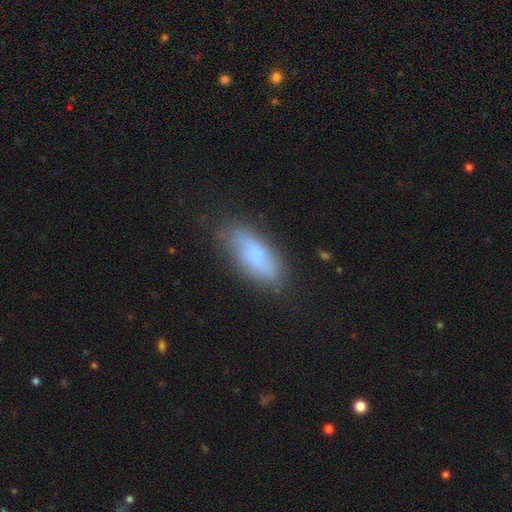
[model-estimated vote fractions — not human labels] Smooth or featured?
  - smooth: 71% *
  - featured or disk: 21%
  - star or artifact: 8%
How rounded?
  - in between: 72% *
  - cigar-shaped: 26%
  - round: 2%
Merging?
  - none: 72% *
  - minor disturbance: 20%
  - major disturbance: 6%
  - merger: 2%